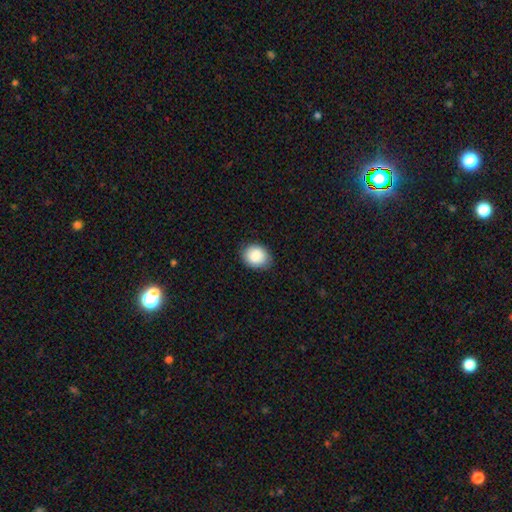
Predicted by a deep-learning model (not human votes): This is clearly a smooth galaxy (87%). How rounded: possibly round (56%). Merging: clearly none (82%).